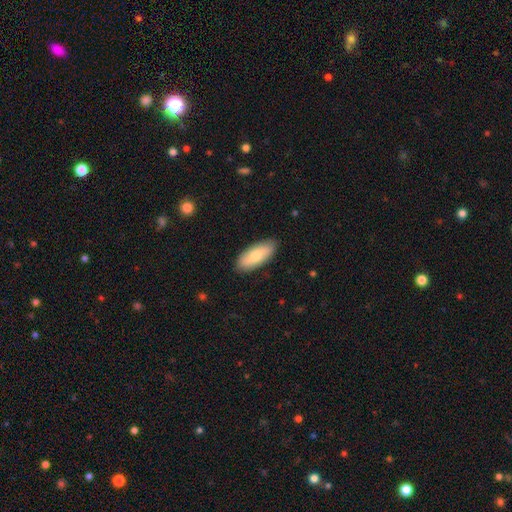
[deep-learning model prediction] Overall: smooth (69%). How rounded: in between (81%). Merging: none (87%).